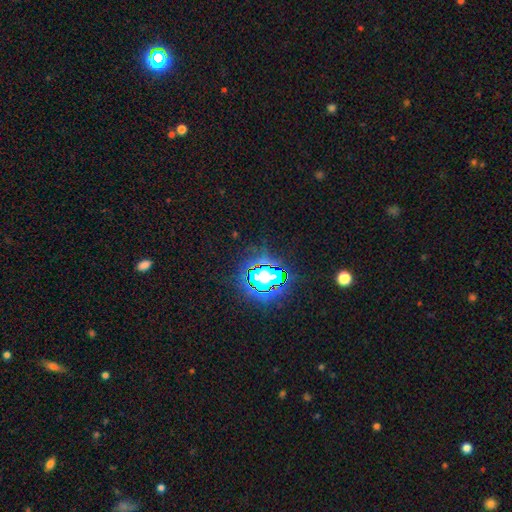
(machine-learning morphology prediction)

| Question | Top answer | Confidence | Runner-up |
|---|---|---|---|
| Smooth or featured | star or artifact | 78% | smooth (14%) |